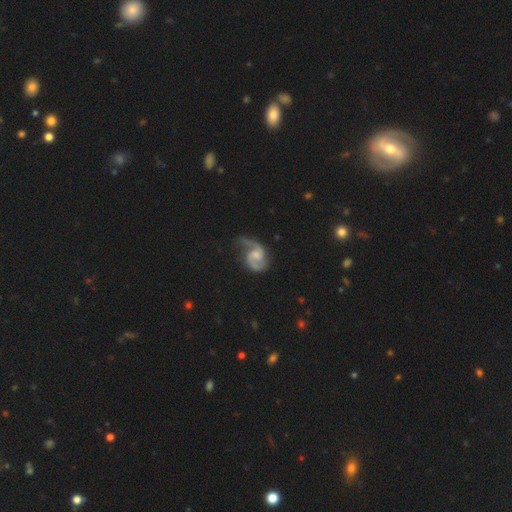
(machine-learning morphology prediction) type=featured or disk (87%); edge-on=no (98%); bar=no (50%); spiral arms=yes (97%); winding=medium (51%); arm count=2 (87%); bulge=small (38%); merging=none (55%).